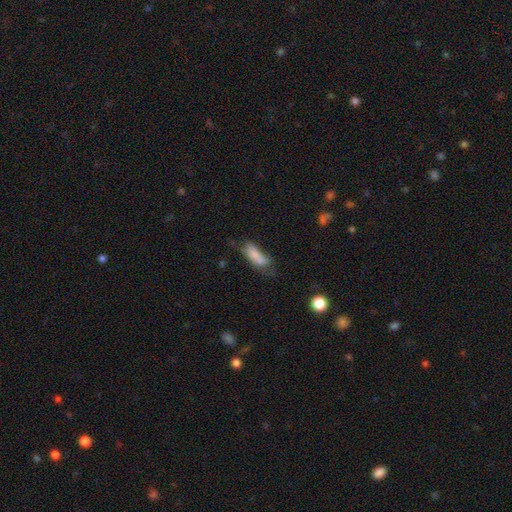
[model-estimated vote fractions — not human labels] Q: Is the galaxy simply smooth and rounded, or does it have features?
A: smooth — 74%.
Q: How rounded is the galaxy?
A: in between — 62%.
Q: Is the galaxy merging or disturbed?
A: none — 34%.